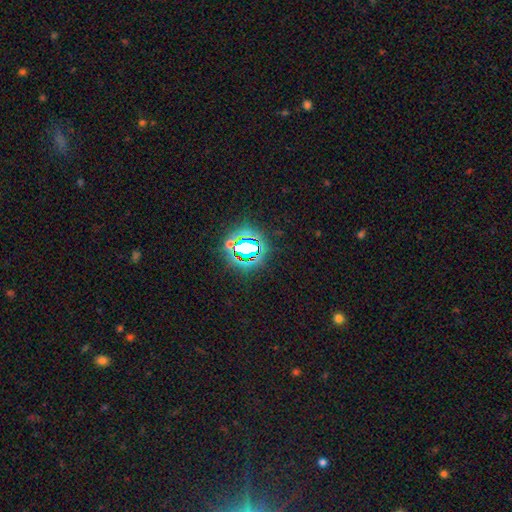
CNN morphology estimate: This is clearly a star or artifact rather than a galaxy (80%).